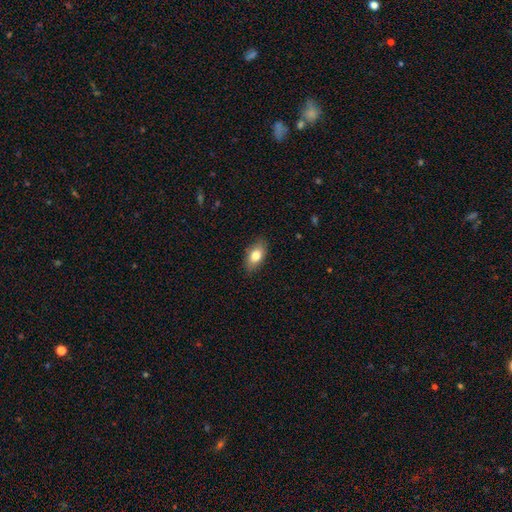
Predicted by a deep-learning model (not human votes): smooth 79%, featured or disk 13%, star or artifact 7%. Down the decision tree: how rounded — in between (89%); merging — none (84%).